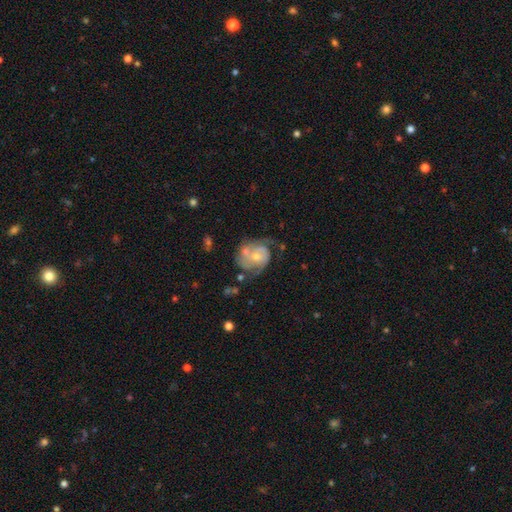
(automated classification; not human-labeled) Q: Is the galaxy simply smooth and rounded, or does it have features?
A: featured or disk — 76%.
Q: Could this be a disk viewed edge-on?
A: no — 98%.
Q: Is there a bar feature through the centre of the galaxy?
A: no — 68%.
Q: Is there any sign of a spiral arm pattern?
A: yes — 90%.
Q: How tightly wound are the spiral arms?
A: tight — 44%.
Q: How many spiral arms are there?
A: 2 — 55%.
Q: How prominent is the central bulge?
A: moderate — 47%.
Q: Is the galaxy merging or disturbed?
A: none — 42%.